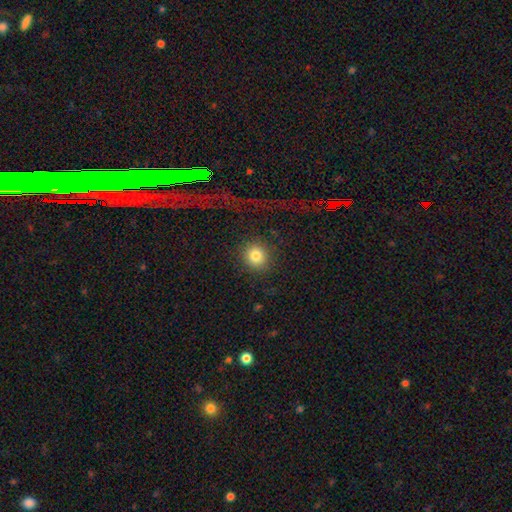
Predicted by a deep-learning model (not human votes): smooth 82%, star or artifact 11%, featured or disk 7%. Down the decision tree: how rounded — round (91%); merging — none (86%).